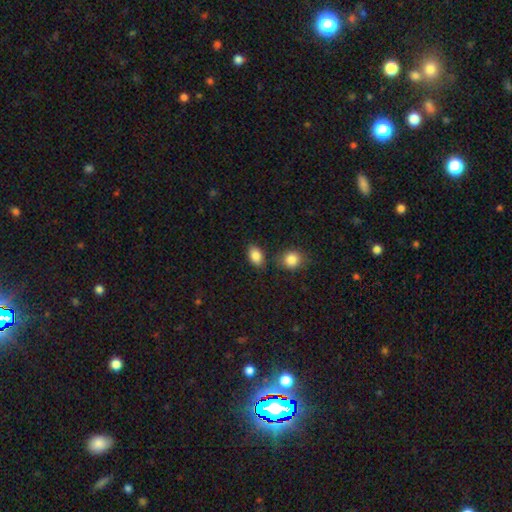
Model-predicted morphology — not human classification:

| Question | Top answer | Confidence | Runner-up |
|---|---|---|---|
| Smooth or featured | smooth | 87% | star or artifact (9%) |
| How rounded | in between | 84% | round (14%) |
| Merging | none | 75% | minor disturbance (13%) |